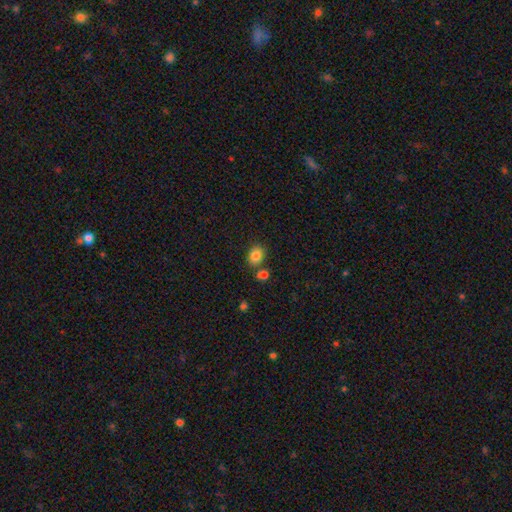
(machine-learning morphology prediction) smooth_or_featured: smooth (p=0.85) [alt: star or artifact p=0.10]
how_rounded: in between (p=0.52) [alt: round p=0.47]
merging: none (p=0.72) [alt: merger p=0.13]